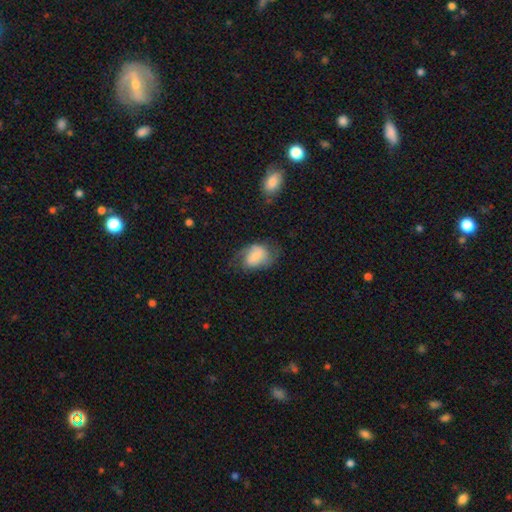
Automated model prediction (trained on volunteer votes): smooth-or-featured: smooth: 48% | featured or disk: 43% | star or artifact: 8%
  merging: none: 50% | minor disturbance: 27% | major disturbance: 21% | merger: 2%